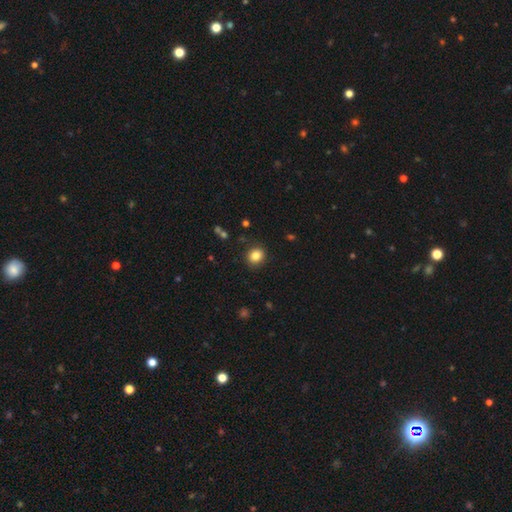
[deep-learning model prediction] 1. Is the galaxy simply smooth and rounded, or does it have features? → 84% smooth, 10% star or artifact, 6% featured or disk.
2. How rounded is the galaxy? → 75% round, 24% in between, 1% cigar-shaped.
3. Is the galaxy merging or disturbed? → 88% none, 8% minor disturbance, 2% major disturbance, 1% merger.